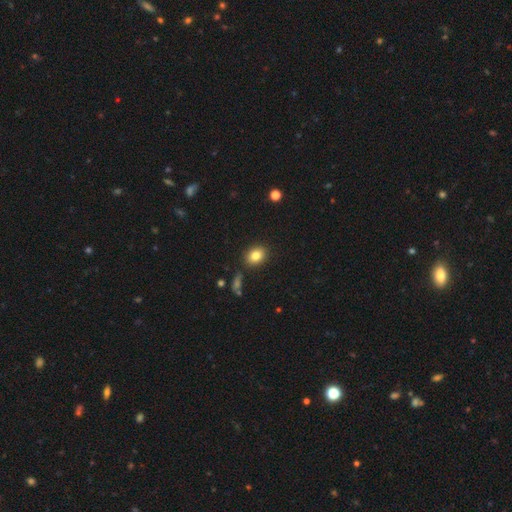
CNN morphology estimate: Overall: smooth (83%). How rounded: in between (59%; round 40%). Merging: none (86%).